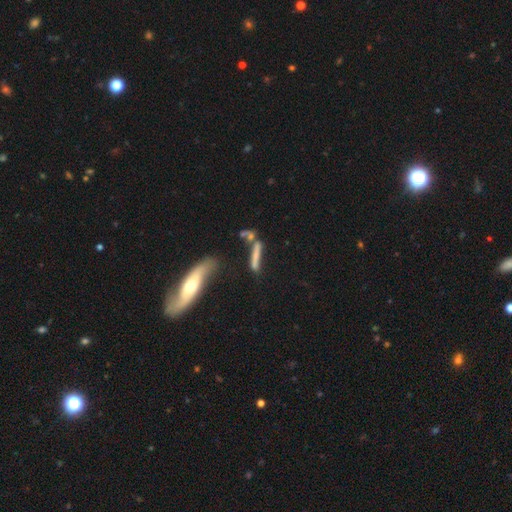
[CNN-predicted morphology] A smooth galaxy with no disk features (58%) that is cigar-shaped (87%). Merging: none (42%).